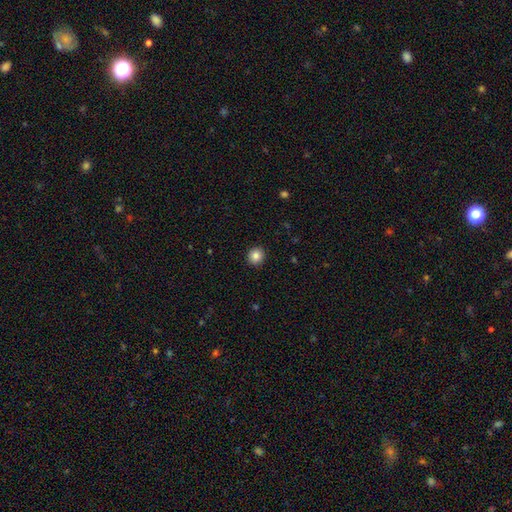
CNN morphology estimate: Smooth or featured?
  - smooth: 85% *
  - star or artifact: 10%
  - featured or disk: 5%
How rounded?
  - round: 91% *
  - in between: 8%
  - cigar-shaped: 1%
Merging?
  - none: 92% *
  - minor disturbance: 5%
  - major disturbance: 2%
  - merger: 1%